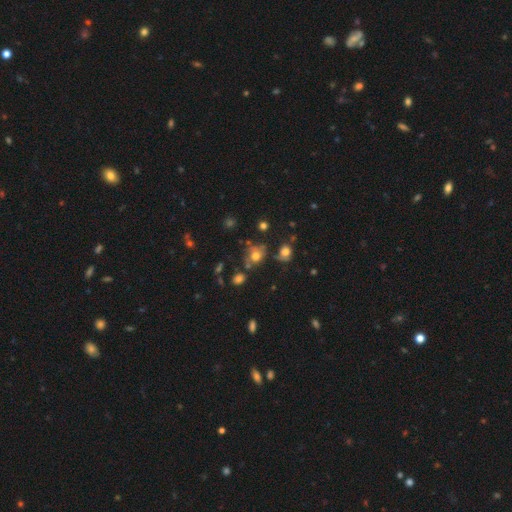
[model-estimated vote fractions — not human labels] smooth 65%, star or artifact 18%, featured or disk 17%. Down the decision tree: how rounded — round (65%); merging — none (55%).